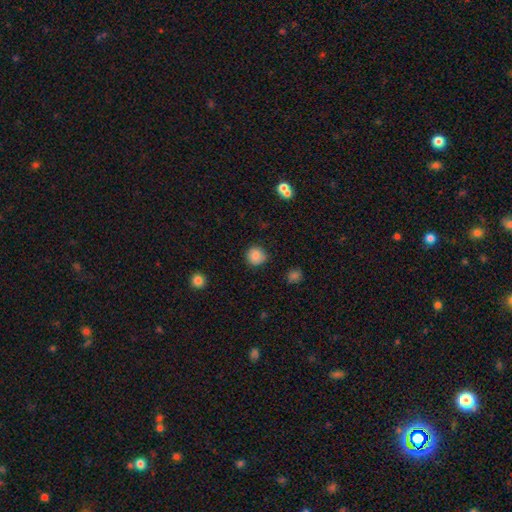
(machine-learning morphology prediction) smooth_or_featured: smooth (p=0.85) [alt: star or artifact p=0.10]
how_rounded: round (p=0.92) [alt: in between p=0.07]
merging: none (p=0.85) [alt: minor disturbance p=0.11]